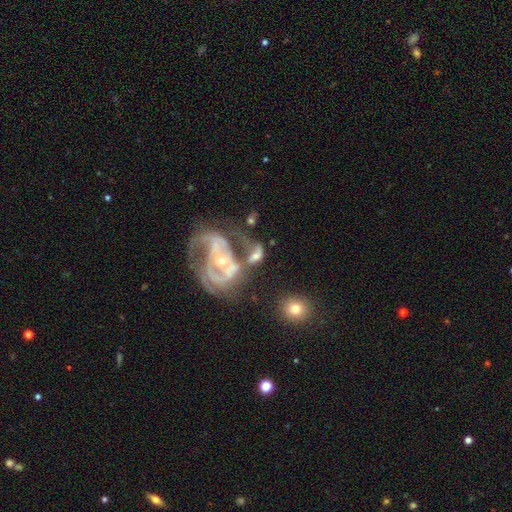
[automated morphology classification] The model was most divided on "bulge size": moderate: 47%, small: 42%, large: 5%, none: 4%, dominant: 2%. Remaining: edge-on disk — no (96%); spiral arms — yes (70%); smooth or featured — featured or disk (68%); bar — no (62%); merging — merger (47%).